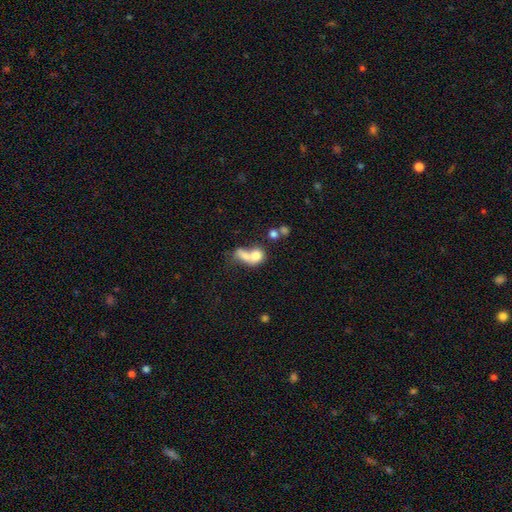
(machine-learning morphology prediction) Smooth or featured: smooth — 66% (featured or disk — 23%)
How rounded: round — 49% (in between — 47%)
Merging: merger — 67% (none — 17%)